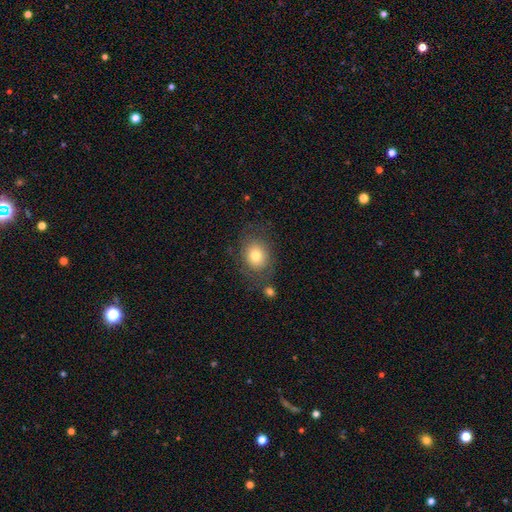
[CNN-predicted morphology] smooth 72%, featured or disk 19%, star or artifact 10%. Down the decision tree: how rounded — round (54%); merging — none (68%).